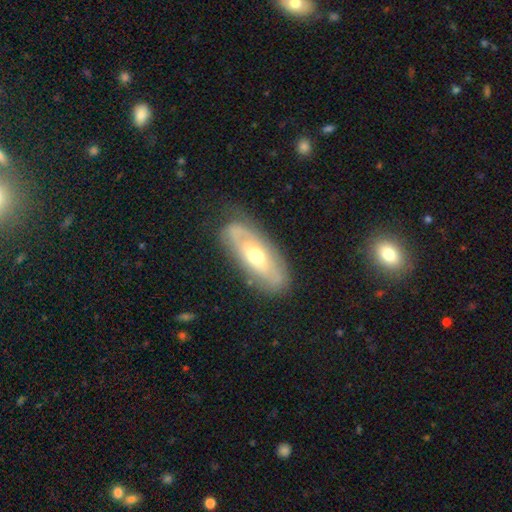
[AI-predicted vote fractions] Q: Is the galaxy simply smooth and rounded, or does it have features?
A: featured or disk — 62%.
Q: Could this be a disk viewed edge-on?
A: no — 81%.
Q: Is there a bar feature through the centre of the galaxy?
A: no — 70%.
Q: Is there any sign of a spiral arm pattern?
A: yes — 56%.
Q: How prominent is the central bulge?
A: moderate — 67%.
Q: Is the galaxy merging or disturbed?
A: none — 74%.